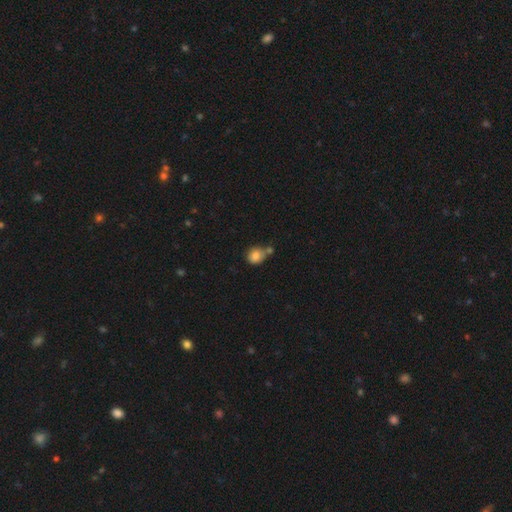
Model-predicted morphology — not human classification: Smooth or featured? Predicted: smooth (p=0.82). How rounded? Predicted: round (p=0.78). Merging? Predicted: none (p=0.52).